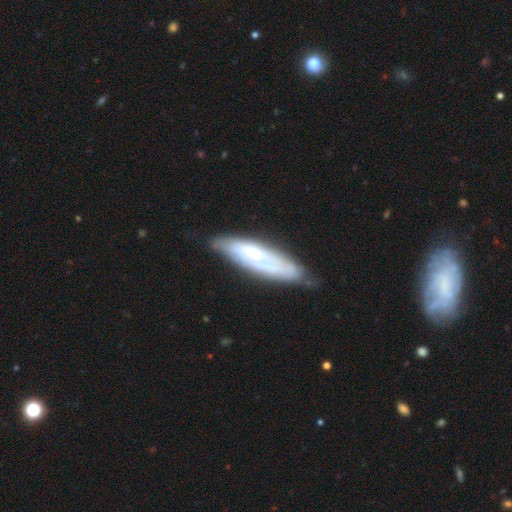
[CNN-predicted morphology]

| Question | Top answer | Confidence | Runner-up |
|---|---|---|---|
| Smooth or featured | featured or disk | 61% | smooth (32%) |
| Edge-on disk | no | 63% | yes (37%) |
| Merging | none | 61% | minor disturbance (26%) |